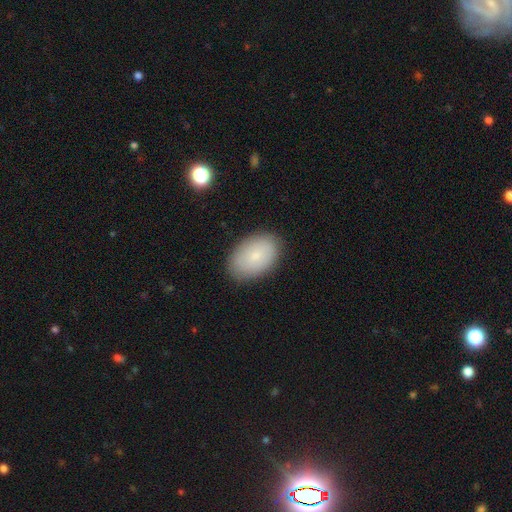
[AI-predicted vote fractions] A smooth galaxy with no disk features (80%) that is in between round and cigar-shaped (89%).

Vote fractions:
- Smooth or featured? smooth: 80% / featured or disk: 13% / star or artifact: 7%
- How rounded? in between: 89% / round: 10% / cigar-shaped: 1%
- Merging? none: 85% / minor disturbance: 11% / major disturbance: 3% / merger: 1%